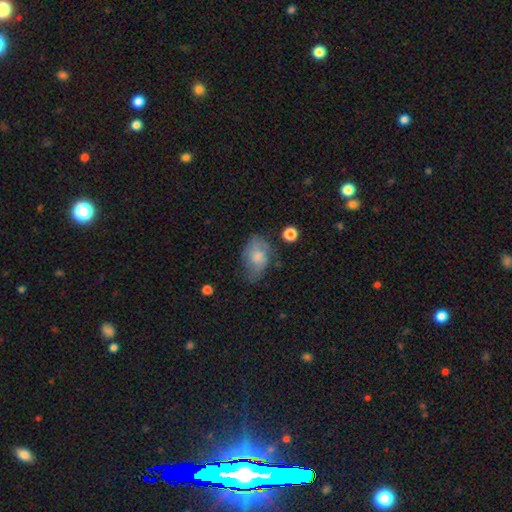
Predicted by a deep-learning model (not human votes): Smooth or featured?
  - smooth: 44% *
  - featured or disk: 41%
  - star or artifact: 15%
Merging?
  - none: 64% *
  - minor disturbance: 25%
  - major disturbance: 9%
  - merger: 2%